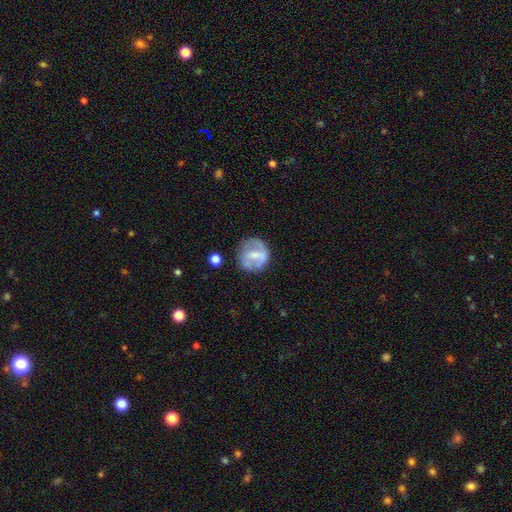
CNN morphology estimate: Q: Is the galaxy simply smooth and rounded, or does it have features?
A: featured or disk — 50%.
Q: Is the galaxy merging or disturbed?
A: none — 64%.